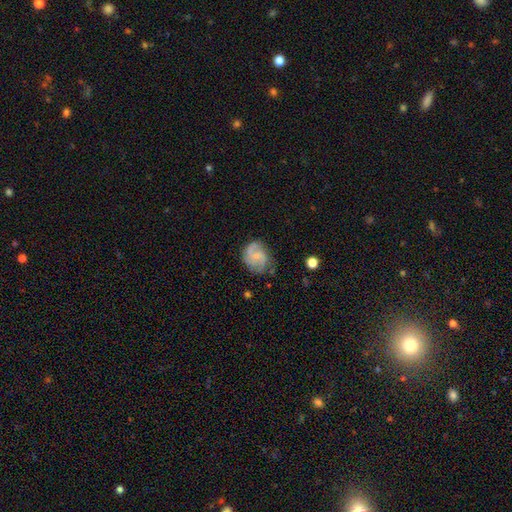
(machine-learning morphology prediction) This is likely a featured or disk galaxy (69%). It is clearly not viewed edge-on (98%). Bar: possibly no (55%). Spiral arm pattern: clearly yes (92%). Spiral arm count: likely 2 (62%). Spiral winding: possibly medium (47%). Central bulge: possibly small (49%). Merging: likely none (66%).